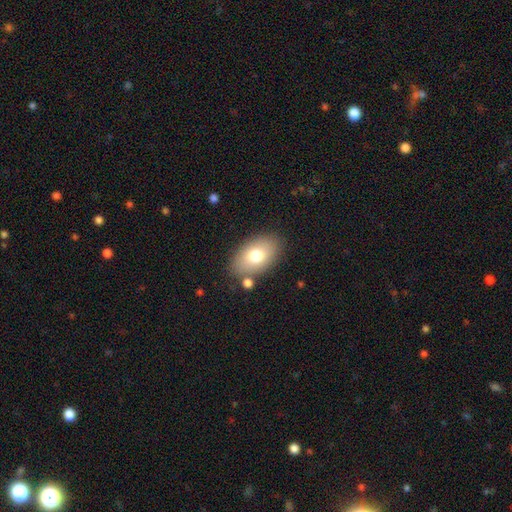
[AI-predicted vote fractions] Smooth or featured: smooth — 73% (featured or disk — 18%)
How rounded: in between — 90% (round — 8%)
Merging: none — 79% (minor disturbance — 12%)